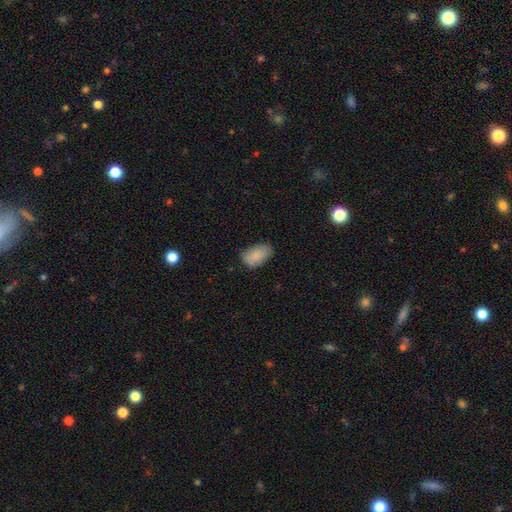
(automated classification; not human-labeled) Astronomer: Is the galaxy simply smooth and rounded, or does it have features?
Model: smooth — 86%.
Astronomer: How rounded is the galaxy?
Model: in between — 93%.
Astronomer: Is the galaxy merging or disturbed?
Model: none — 70%.